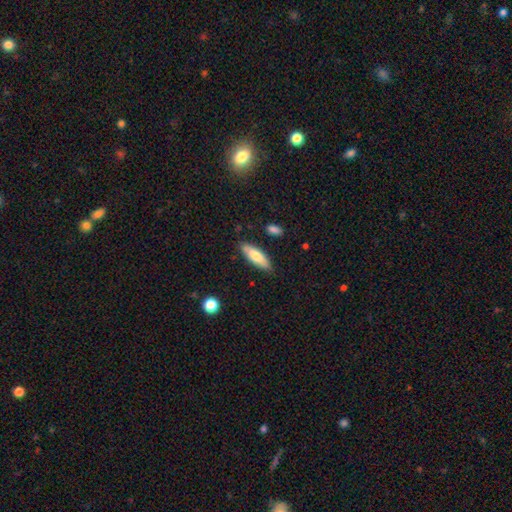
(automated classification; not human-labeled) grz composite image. It shows a smooth galaxy with no disk features (73%) that is in between round and cigar-shaped (55%). Merging: none (83%).